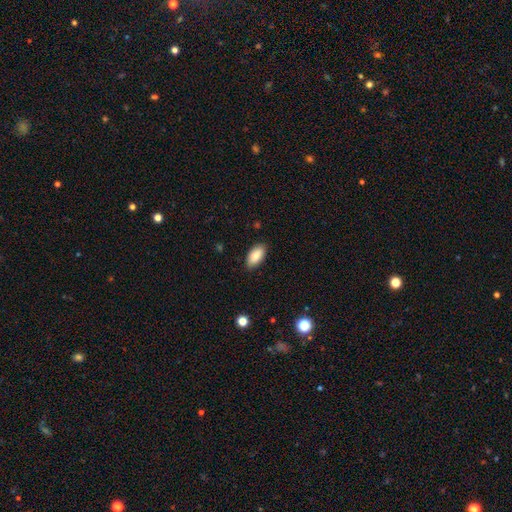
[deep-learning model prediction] smooth_or_featured: smooth (p=0.85) [alt: featured or disk p=0.08]
how_rounded: in between (p=0.93) [alt: cigar-shaped p=0.04]
merging: none (p=0.86) [alt: minor disturbance p=0.11]